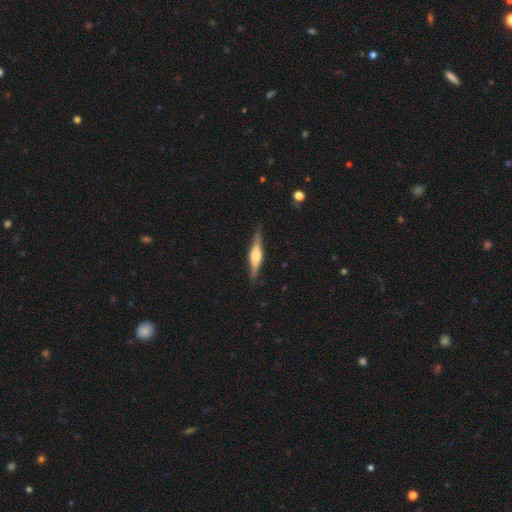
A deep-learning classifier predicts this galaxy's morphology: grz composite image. It shows a featured or disk galaxy (70%) viewed edge-on (97%) with a rounded central bulge (84%). Merging: none (88%).